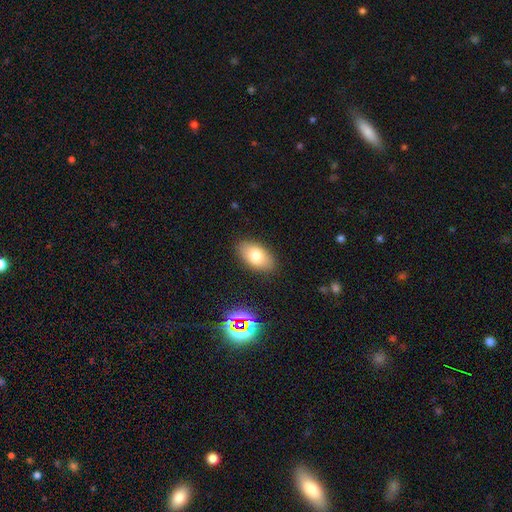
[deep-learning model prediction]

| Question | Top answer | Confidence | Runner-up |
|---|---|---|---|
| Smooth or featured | smooth | 77% | featured or disk (14%) |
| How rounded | in between | 93% | round (5%) |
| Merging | none | 87% | minor disturbance (10%) |